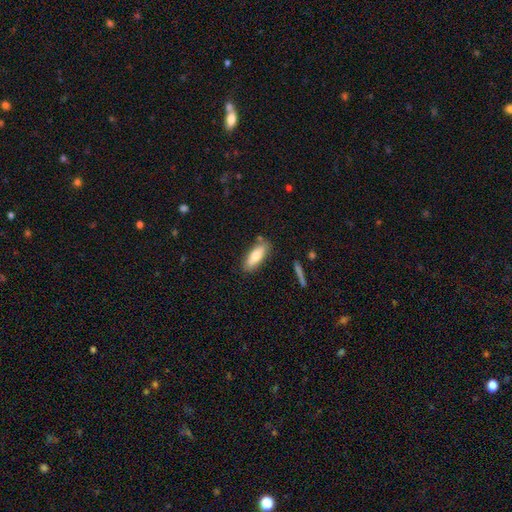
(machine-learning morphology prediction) smooth-or-featured: smooth: 76% | featured or disk: 17% | star or artifact: 6%
  how-rounded: in between: 69% | cigar-shaped: 29% | round: 2%
  merging: none: 81% | minor disturbance: 13% | merger: 4% | major disturbance: 3%